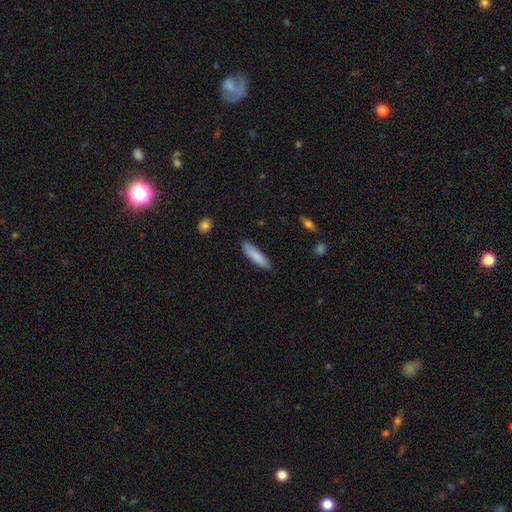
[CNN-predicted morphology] type=smooth (85%); roundness=cigar-shaped (68%); merging=none (86%).